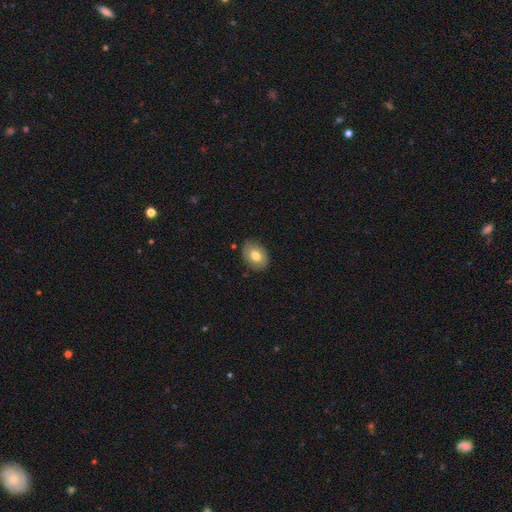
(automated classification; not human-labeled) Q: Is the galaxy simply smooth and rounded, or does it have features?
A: smooth — 70%.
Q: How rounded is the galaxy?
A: in between — 76%.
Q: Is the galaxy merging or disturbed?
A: none — 82%.